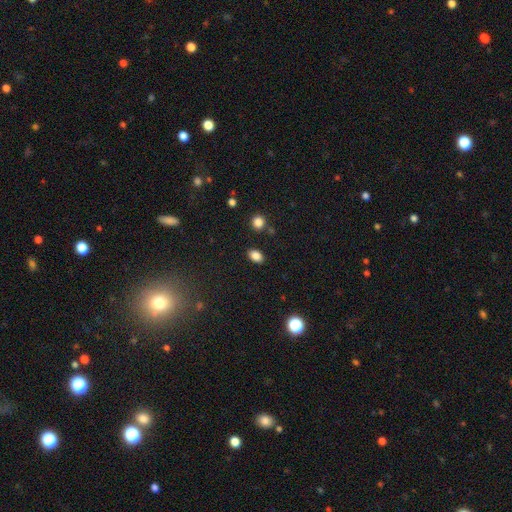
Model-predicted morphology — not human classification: smooth 85%, star or artifact 10%, featured or disk 4%. Down the decision tree: how rounded — in between (83%); merging — none (86%).